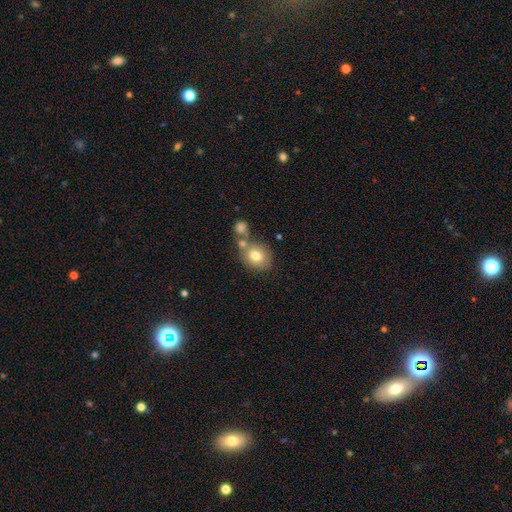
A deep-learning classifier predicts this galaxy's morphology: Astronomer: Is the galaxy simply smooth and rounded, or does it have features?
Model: smooth — 76%.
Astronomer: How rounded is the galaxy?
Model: round — 67%.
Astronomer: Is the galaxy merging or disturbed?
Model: none — 54%.